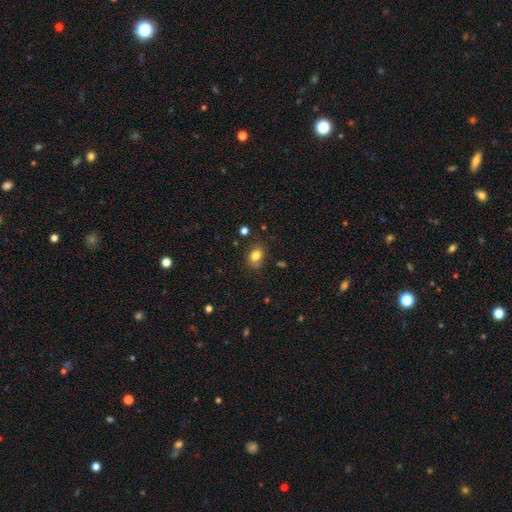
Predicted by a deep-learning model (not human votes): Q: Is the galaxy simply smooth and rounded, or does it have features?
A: smooth — 81%.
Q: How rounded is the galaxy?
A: in between — 68%.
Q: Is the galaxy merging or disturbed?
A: none — 74%.